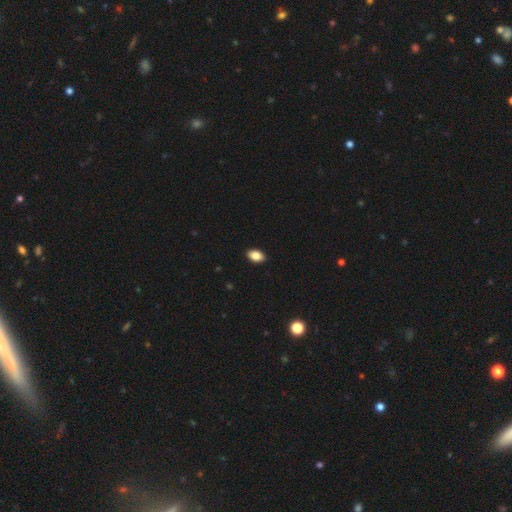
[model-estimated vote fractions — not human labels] A smooth galaxy with no disk features (86%) that is in between round and cigar-shaped (90%).

Vote fractions:
- Smooth or featured? smooth: 86% / star or artifact: 8% / featured or disk: 6%
- How rounded? in between: 90% / round: 9% / cigar-shaped: 2%
- Merging? none: 90% / minor disturbance: 7% / major disturbance: 2% / merger: 1%